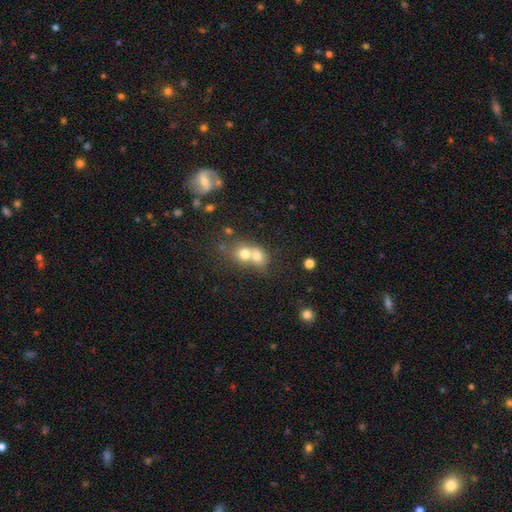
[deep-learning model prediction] This appears to be a smooth galaxy with no disk features (68%) that is round (68%). Merging: merger (66%).